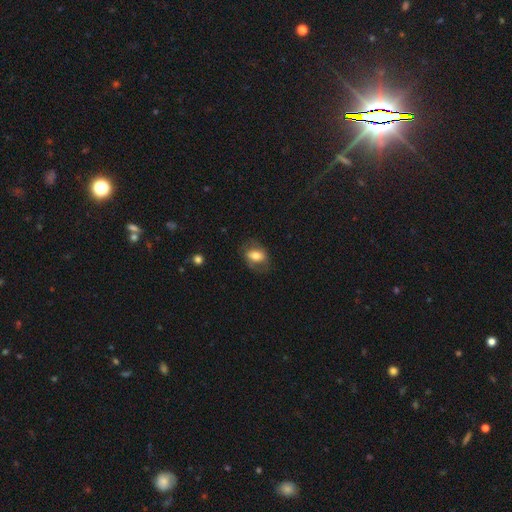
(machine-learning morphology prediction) A smooth galaxy with no disk features (68%) that is in between round and cigar-shaped (78%). Merging: none (69%).